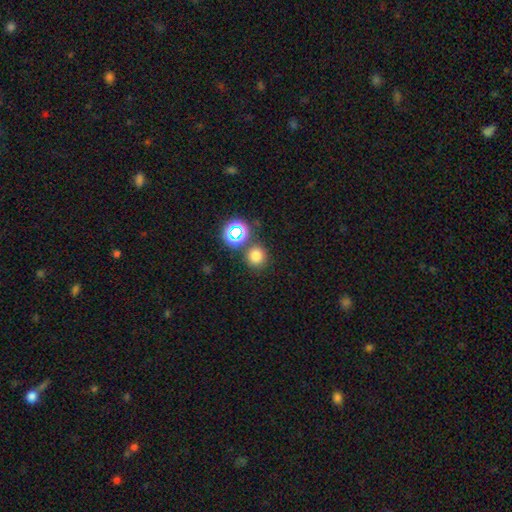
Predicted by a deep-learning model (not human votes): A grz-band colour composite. It shows a smooth galaxy with no disk features (74%) that is round (88%). Merging: none (78%).